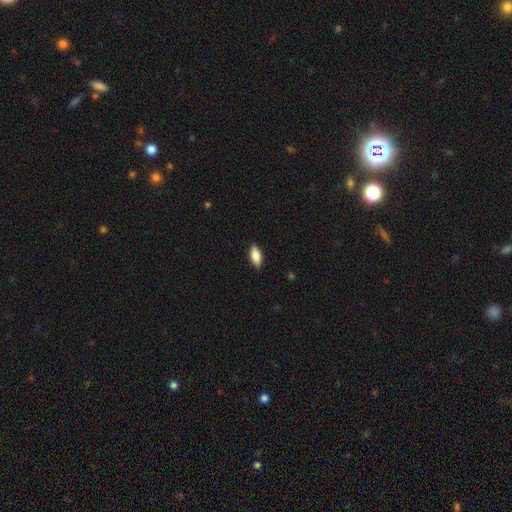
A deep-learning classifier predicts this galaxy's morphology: This is clearly a smooth galaxy (82%). How rounded: clearly in between (81%). Merging: clearly none (88%).